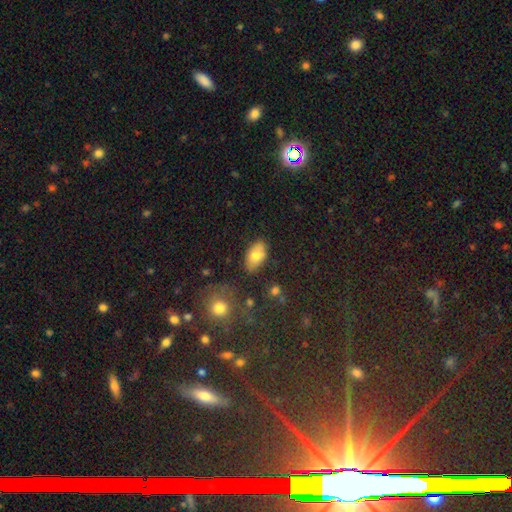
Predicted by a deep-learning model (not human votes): Smooth or featured? Predicted: smooth (p=0.74). How rounded? Predicted: in between (p=0.92). Merging? Predicted: none (p=0.81).